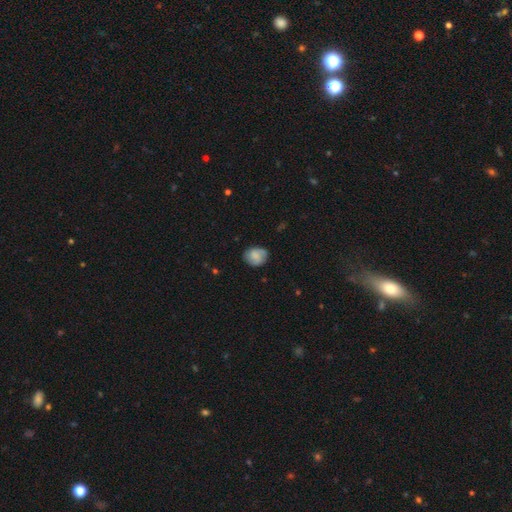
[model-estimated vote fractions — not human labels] The model was most divided on "how rounded": round: 61%, in between: 38%, cigar-shaped: 1%. More confident: merging — none (72%); smooth or featured — smooth (67%).